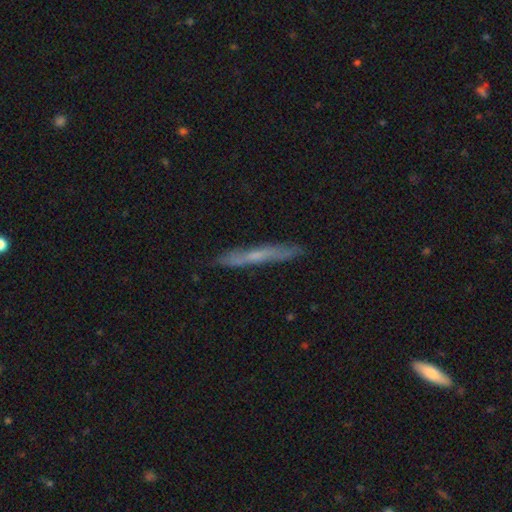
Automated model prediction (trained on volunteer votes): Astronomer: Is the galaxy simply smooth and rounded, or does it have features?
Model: featured or disk — 51% (runner-up: smooth, 42%).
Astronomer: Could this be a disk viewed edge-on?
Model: yes — 90%.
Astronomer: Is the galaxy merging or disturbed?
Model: none — 85%.